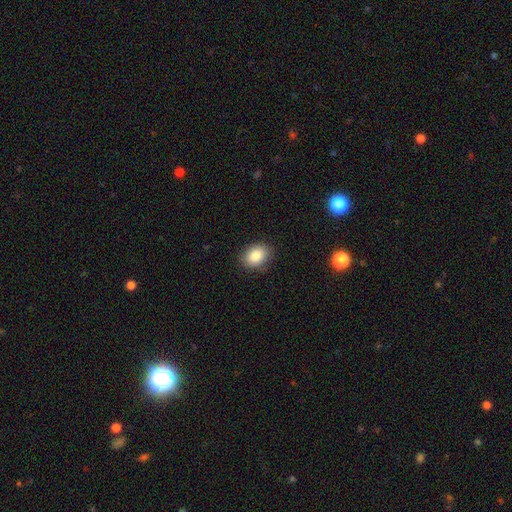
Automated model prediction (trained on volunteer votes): Morphology: type=smooth (85%); roundness=in between (67%); merging=none (87%).